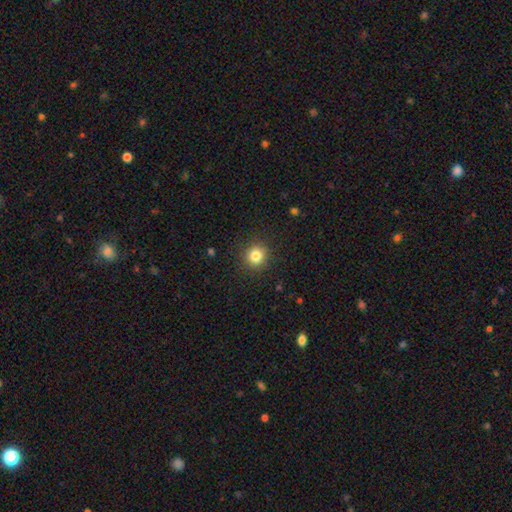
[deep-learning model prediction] A smooth galaxy with no disk features (82%) that is round (91%).

Vote fractions:
- Smooth or featured? smooth: 82% / star or artifact: 12% / featured or disk: 6%
- How rounded? round: 91% / in between: 8% / cigar-shaped: 1%
- Merging? none: 90% / minor disturbance: 7% / major disturbance: 2% / merger: 1%